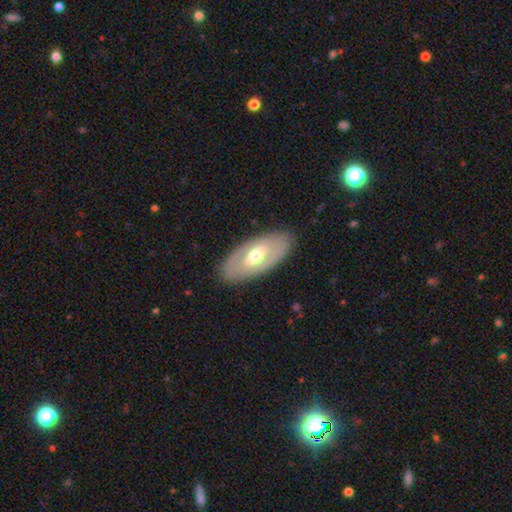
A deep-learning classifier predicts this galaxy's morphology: Q: Smooth or featured?
A: featured or disk (56%); runner-up: smooth (37%)
Q: Edge-on disk?
A: no (83%); runner-up: yes (17%)
Q: Merging?
A: none (86%); runner-up: minor disturbance (10%)